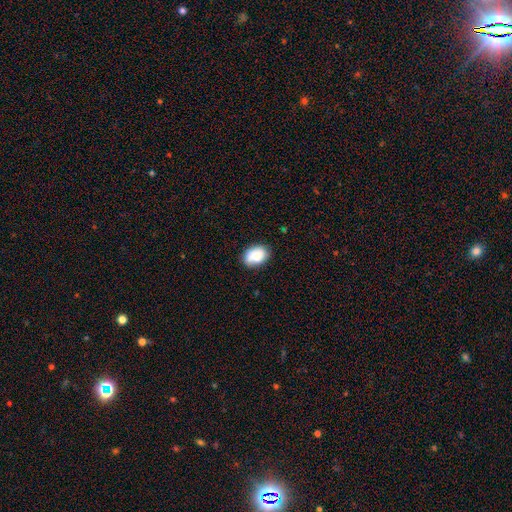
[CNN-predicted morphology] Q: Smooth or featured?
A: smooth (78%); runner-up: featured or disk (14%)
Q: How rounded?
A: in between (76%); runner-up: round (23%)
Q: Merging?
A: none (77%); runner-up: minor disturbance (18%)